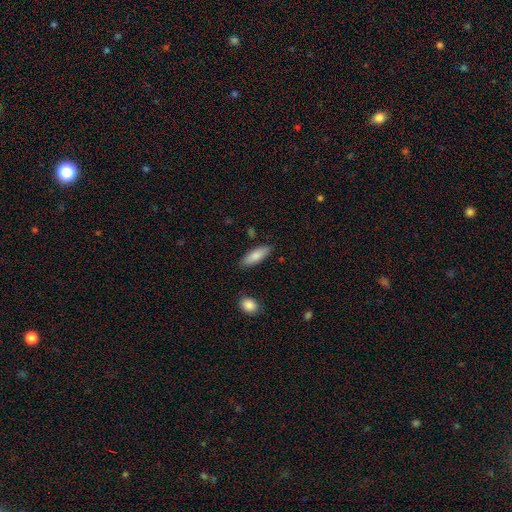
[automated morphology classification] type=smooth (84%); roundness=in between (64%); merging=none (83%).